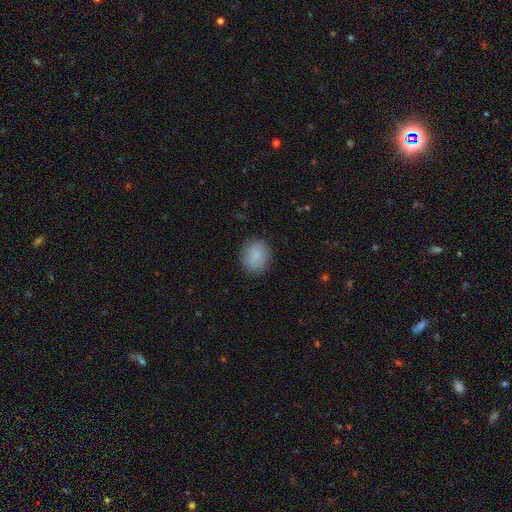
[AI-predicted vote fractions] smooth_or_featured: smooth (p=0.86) [alt: star or artifact p=0.08]
how_rounded: round (p=0.67) [alt: in between p=0.32]
merging: none (p=0.85) [alt: minor disturbance p=0.11]